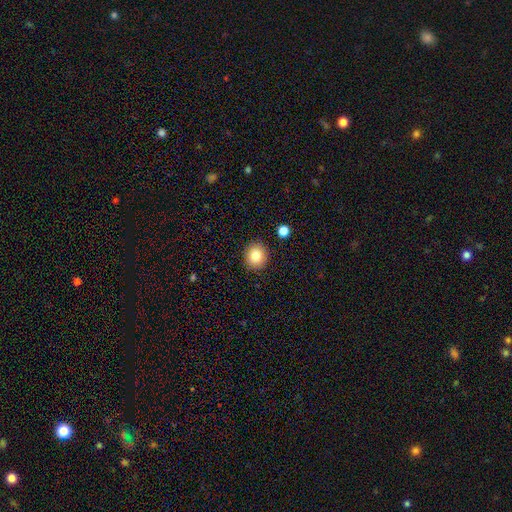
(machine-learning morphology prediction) smooth-or-featured: smooth: 85% | star or artifact: 9% | featured or disk: 6%
  how-rounded: round: 81% | in between: 18% | cigar-shaped: 1%
  merging: none: 89% | minor disturbance: 7% | major disturbance: 2% | merger: 2%